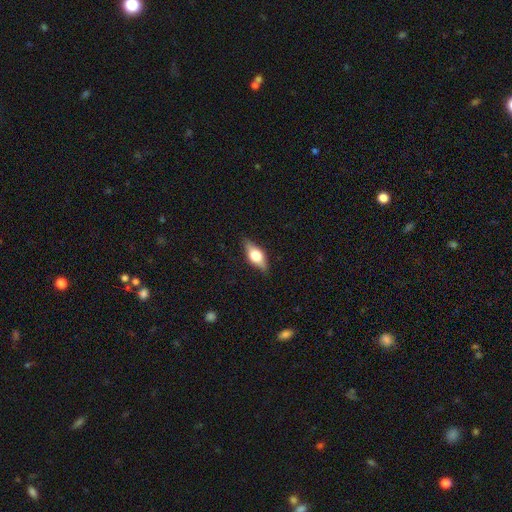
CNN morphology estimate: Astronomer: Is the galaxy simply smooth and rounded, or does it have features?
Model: featured or disk — 50% (runner-up: smooth, 43%).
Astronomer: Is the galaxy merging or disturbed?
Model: none — 84%.